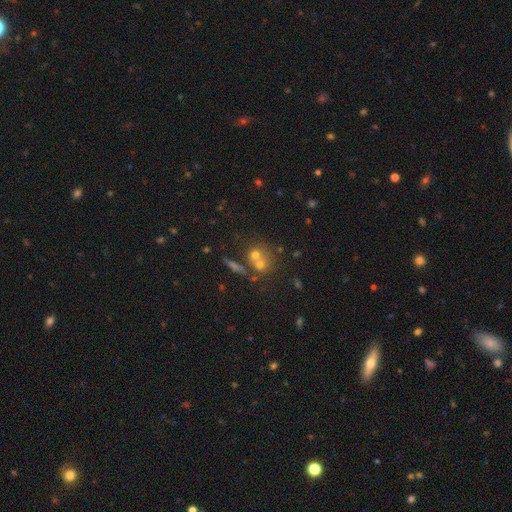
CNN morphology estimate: This appears to be a smooth galaxy with no disk features (57%) that is round (80%). Merging: merger (44%).